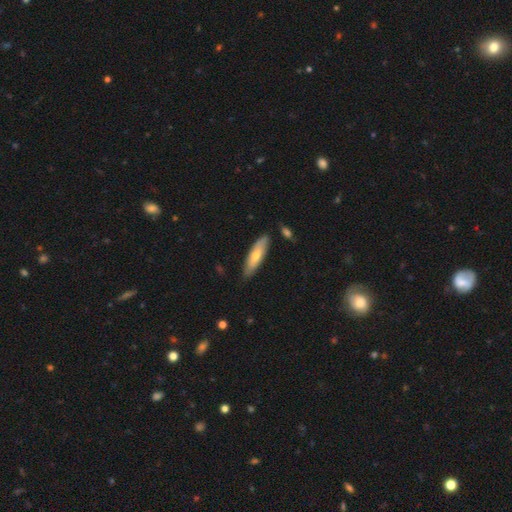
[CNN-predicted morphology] type=smooth (63%); roundness=cigar-shaped (62%); merging=none (83%).